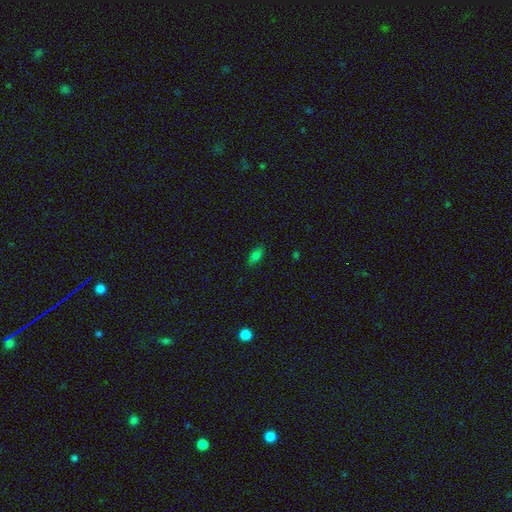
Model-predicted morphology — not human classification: Smooth or featured: smooth — 77% (star or artifact — 15%)
How rounded: in between — 86% (cigar-shaped — 9%)
Merging: none — 82% (minor disturbance — 13%)